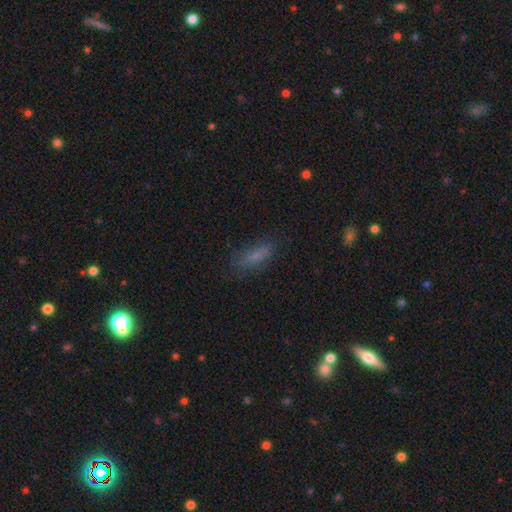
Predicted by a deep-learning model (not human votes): smooth-or-featured: smooth: 70% | featured or disk: 17% | star or artifact: 13%
  how-rounded: cigar-shaped: 51% | in between: 46% | round: 3%
  merging: none: 76% | minor disturbance: 17% | major disturbance: 6% | merger: 2%